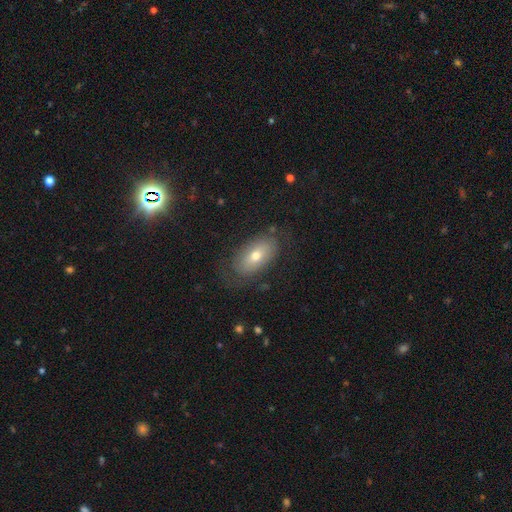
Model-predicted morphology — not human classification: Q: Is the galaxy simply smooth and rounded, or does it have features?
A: smooth — 61%.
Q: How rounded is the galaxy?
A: in between — 91%.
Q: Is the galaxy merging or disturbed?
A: none — 70%.